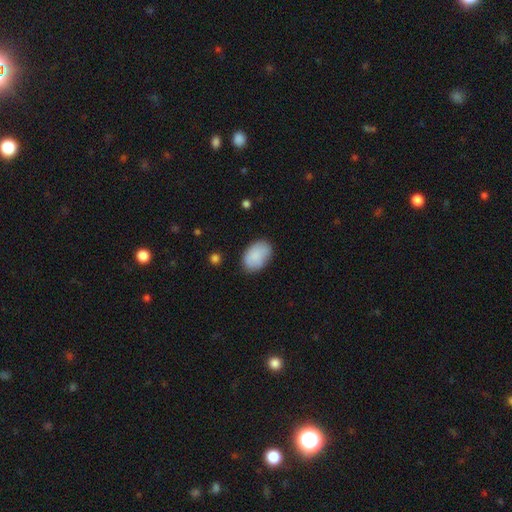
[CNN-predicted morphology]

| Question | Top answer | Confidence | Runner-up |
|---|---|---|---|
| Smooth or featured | smooth | 85% | featured or disk (9%) |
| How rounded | in between | 88% | round (11%) |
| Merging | none | 76% | minor disturbance (18%) |